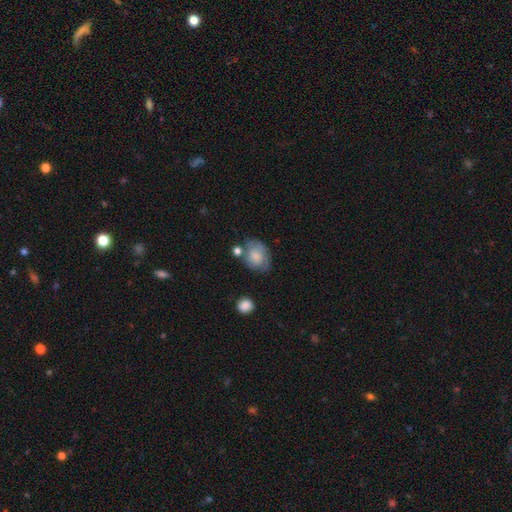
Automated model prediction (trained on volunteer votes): smooth 68%, featured or disk 24%, star or artifact 8%. Down the decision tree: how rounded — in between (63%); merging — none (50%).